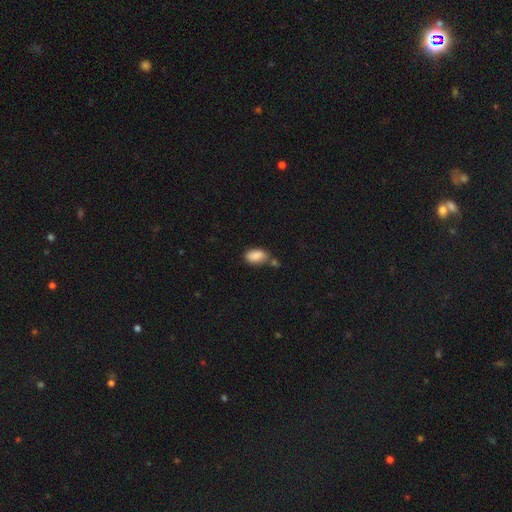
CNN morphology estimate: Overall: smooth (87%). How rounded: in between (92%). Merging: none (55%; merger 20%).